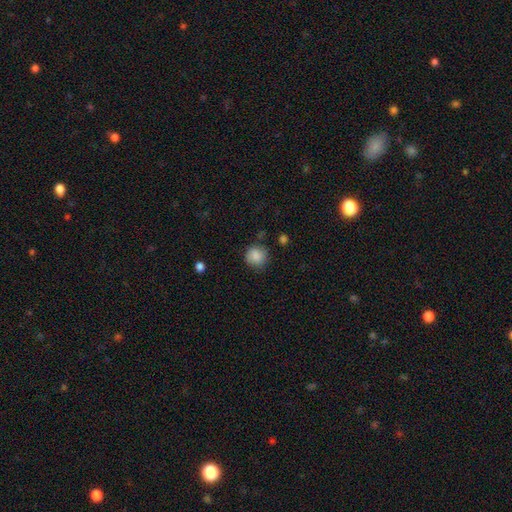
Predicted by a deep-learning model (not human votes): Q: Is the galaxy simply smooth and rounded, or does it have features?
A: smooth — 86%.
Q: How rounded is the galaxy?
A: round — 90%.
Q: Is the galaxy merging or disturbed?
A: none — 80%.